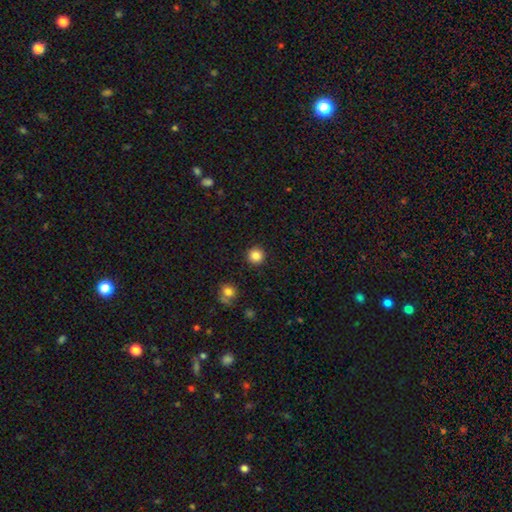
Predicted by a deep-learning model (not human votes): Smooth or featured? Predicted: smooth (p=0.85). How rounded? Predicted: round (p=0.95). Merging? Predicted: none (p=0.93).